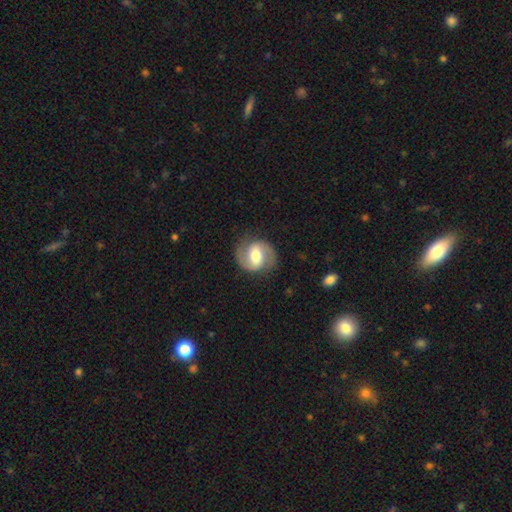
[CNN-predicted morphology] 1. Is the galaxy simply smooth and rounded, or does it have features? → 79% featured or disk, 16% smooth, 5% star or artifact.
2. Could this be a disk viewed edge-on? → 98% no, 2% yes.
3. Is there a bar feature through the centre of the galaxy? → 46% weak, 33% strong, 22% no.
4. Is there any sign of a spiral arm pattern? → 92% yes, 8% no.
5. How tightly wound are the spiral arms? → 53% medium, 30% tight, 17% loose.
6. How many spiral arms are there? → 92% 2, 3% can't tell, 2% 1, 1% 3, 1% 4, 1% more than 4.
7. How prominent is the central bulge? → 61% moderate, 24% large, 11% small, 2% dominant, 2% none.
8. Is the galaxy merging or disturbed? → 83% none, 11% minor disturbance, 5% major disturbance, 1% merger.